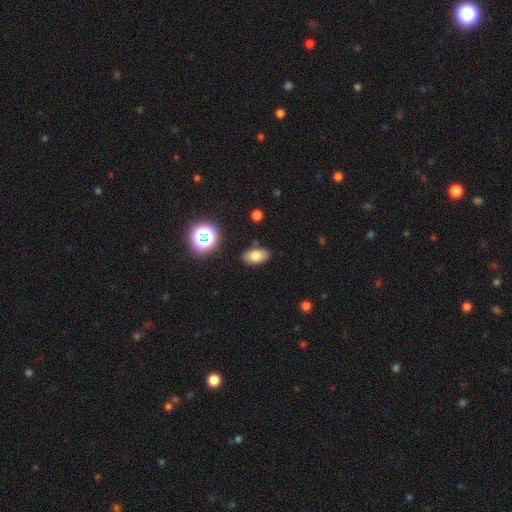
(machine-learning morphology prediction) smooth-or-featured: smooth: 77% | star or artifact: 13% | featured or disk: 10%
  how-rounded: in between: 90% | round: 8% | cigar-shaped: 2%
  merging: none: 85% | minor disturbance: 10% | merger: 3% | major disturbance: 3%